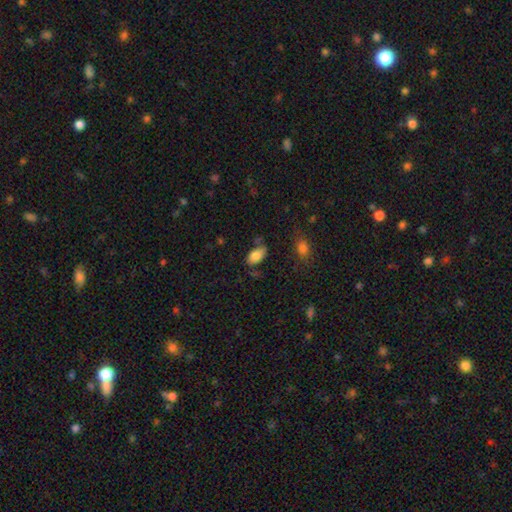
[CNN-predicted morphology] This is clearly a smooth galaxy (82%). How rounded: clearly in between (94%). Merging: likely none (70%).